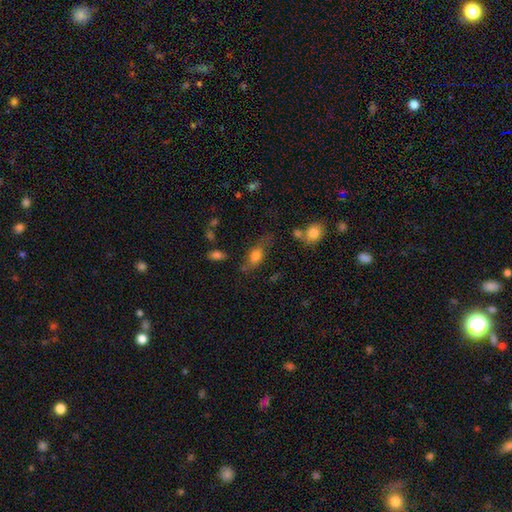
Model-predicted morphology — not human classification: Smooth or featured? Predicted: smooth (p=0.69). How rounded? Predicted: in between (p=0.77). Merging? Predicted: none (p=0.55).